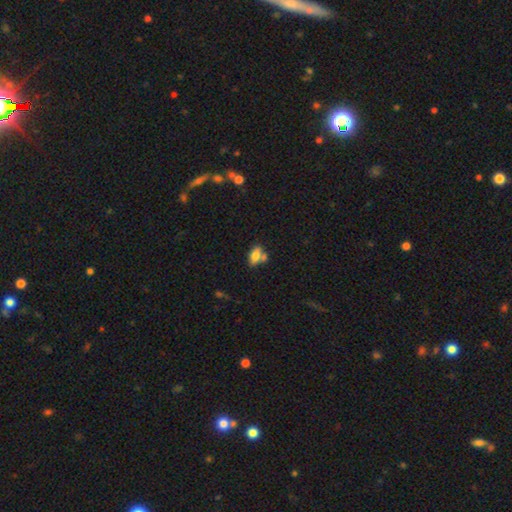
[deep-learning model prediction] Smooth or featured?
  - smooth: 71% *
  - featured or disk: 19%
  - star or artifact: 9%
How rounded?
  - in between: 84% *
  - round: 9%
  - cigar-shaped: 7%
Merging?
  - none: 51% *
  - merger: 28%
  - minor disturbance: 16%
  - major disturbance: 5%